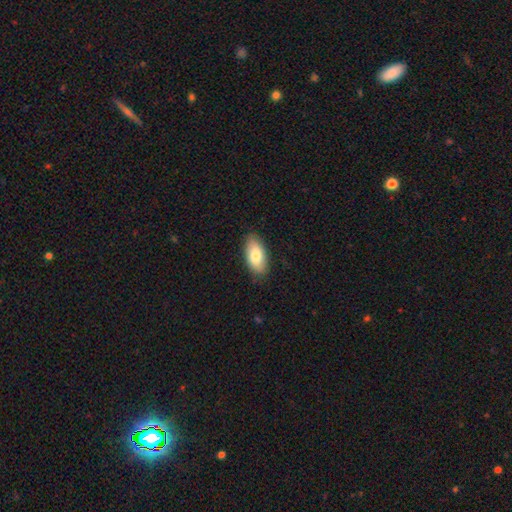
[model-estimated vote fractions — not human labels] This appears to be a smooth galaxy with no disk features (79%) that is in between round and cigar-shaped (92%). Merging: none (86%).